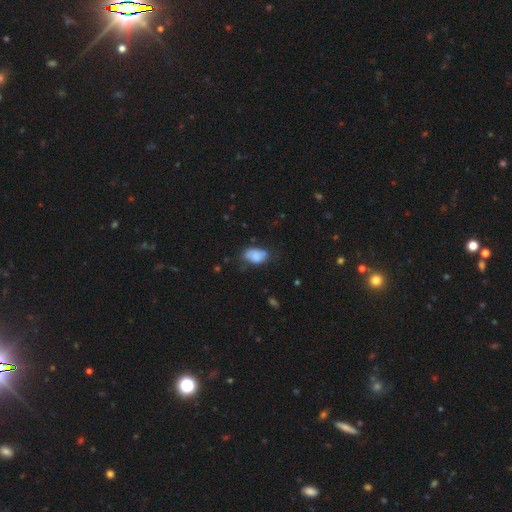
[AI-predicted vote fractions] Q: Smooth or featured?
A: smooth (78%); runner-up: featured or disk (13%)
Q: How rounded?
A: in between (87%); runner-up: round (11%)
Q: Merging?
A: none (50%); runner-up: minor disturbance (34%)